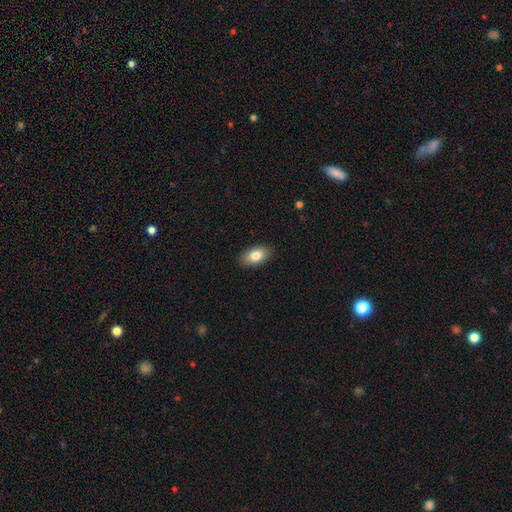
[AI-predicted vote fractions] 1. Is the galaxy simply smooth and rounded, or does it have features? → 82% smooth, 10% featured or disk, 7% star or artifact.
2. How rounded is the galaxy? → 92% in between, 6% round, 2% cigar-shaped.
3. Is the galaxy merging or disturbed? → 89% none, 8% minor disturbance, 2% major disturbance, 1% merger.